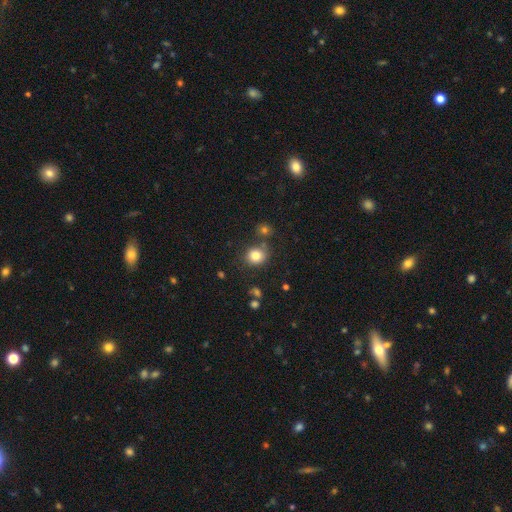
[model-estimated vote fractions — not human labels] Smooth or featured? Predicted: smooth (p=0.81). How rounded? Predicted: round (p=0.81). Merging? Predicted: none (p=0.73).